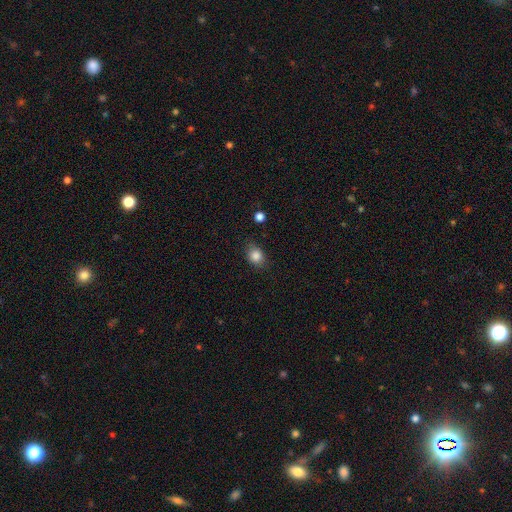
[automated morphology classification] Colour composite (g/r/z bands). It shows a smooth galaxy with no disk features (84%) that is in between round and cigar-shaped (57%). Merging: none (78%).